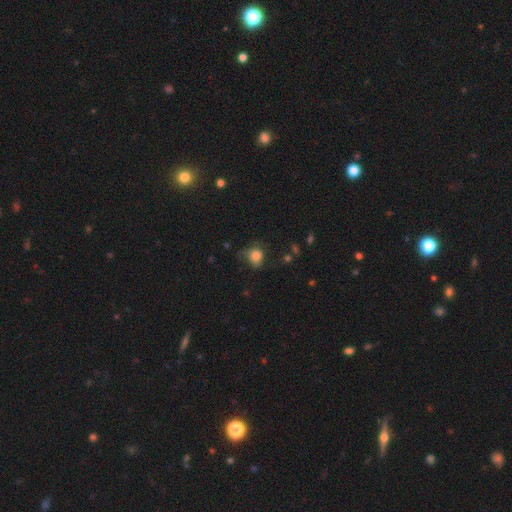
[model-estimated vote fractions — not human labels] Morphology: type=smooth (79%); roundness=round (69%); merging=none (45%).